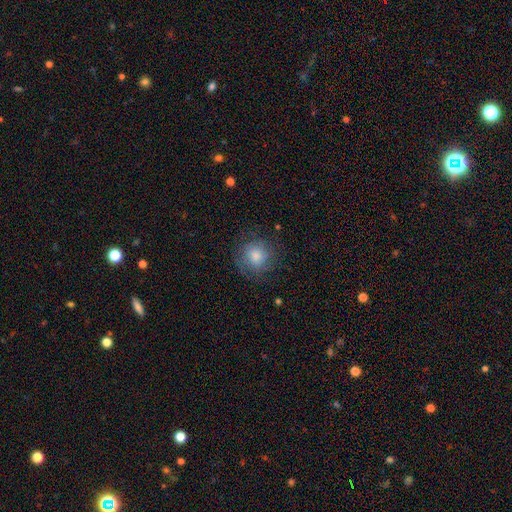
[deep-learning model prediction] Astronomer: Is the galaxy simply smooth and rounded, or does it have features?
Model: smooth — 60%.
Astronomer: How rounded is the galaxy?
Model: round — 90%.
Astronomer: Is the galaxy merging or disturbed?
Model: none — 76%.